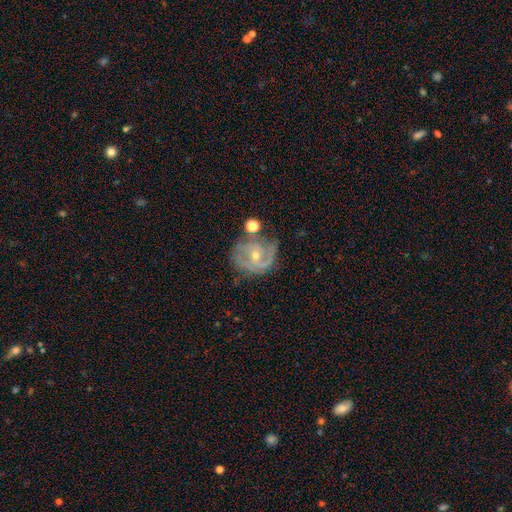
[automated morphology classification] Overall: featured or disk (83%). Edge-on disk: no (98%). Bar: no (63%; weak 30%). Spiral arms: yes (92%). Spiral arm count: 2 (44%; can't tell 22%). Spiral winding: tight (53%; medium 36%). Bulge size: small (54%; moderate 43%). Merging: none (58%; minor disturbance 23%).